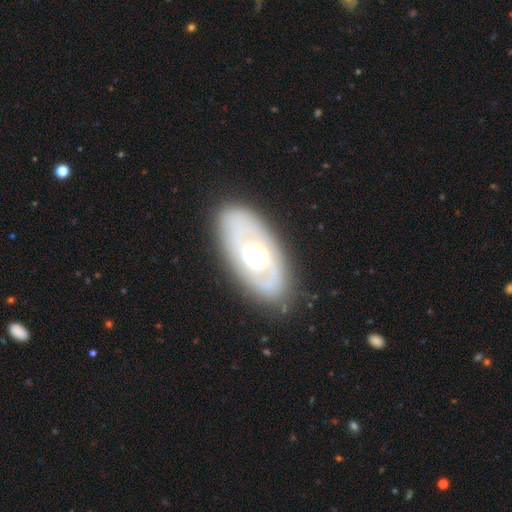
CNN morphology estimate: Smooth or featured? featured or disk (66%)
Edge-on disk? no (88%)
Bar? no (71%)
Spiral arms? no (64%)
Bulge size? moderate (48%)
Merging? none (83%)